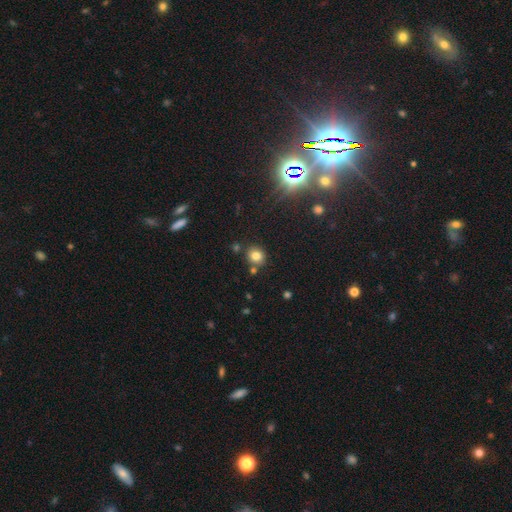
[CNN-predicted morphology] A smooth galaxy with no disk features (77%) that is round (83%). Merging: none (79%).